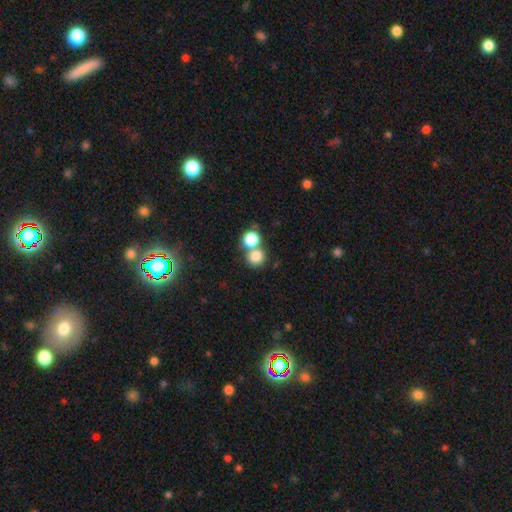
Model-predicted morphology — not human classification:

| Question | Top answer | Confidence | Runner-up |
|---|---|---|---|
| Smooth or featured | smooth | 80% | star or artifact (11%) |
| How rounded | round | 87% | in between (12%) |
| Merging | none | 47% | merger (44%) |